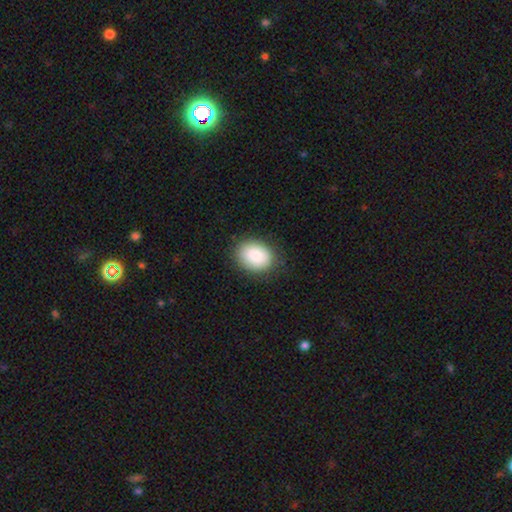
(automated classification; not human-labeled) Smooth or featured? Predicted: smooth (p=0.87). How rounded? Predicted: in between (p=0.63). Merging? Predicted: none (p=0.83).